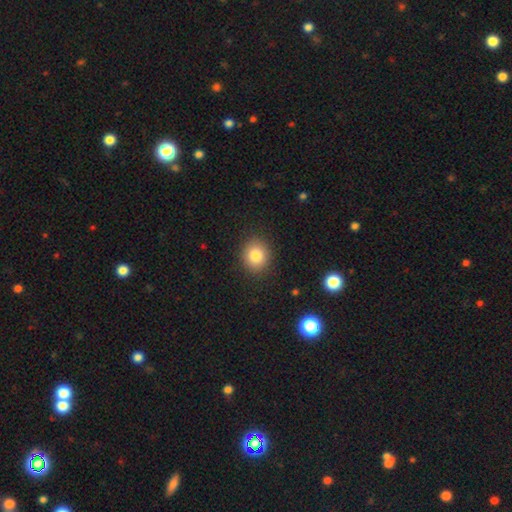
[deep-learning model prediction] smooth_or_featured: smooth (p=0.82) [alt: star or artifact p=0.10]
how_rounded: round (p=0.76) [alt: in between p=0.23]
merging: none (p=0.89) [alt: minor disturbance p=0.07]